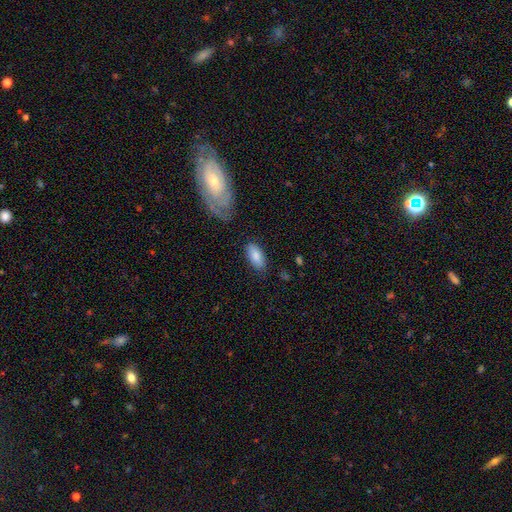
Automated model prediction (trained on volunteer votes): This appears to be a smooth galaxy with no disk features (83%) that is in between round and cigar-shaped (89%). Merging: none (79%).